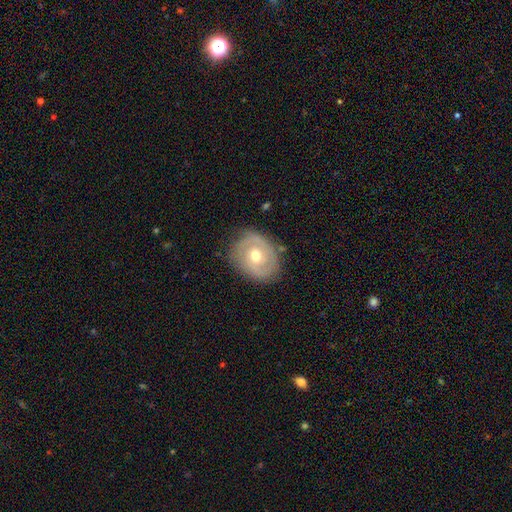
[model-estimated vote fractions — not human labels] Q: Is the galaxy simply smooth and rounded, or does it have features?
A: featured or disk — 65%.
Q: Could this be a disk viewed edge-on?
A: no — 96%.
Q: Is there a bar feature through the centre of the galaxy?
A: no — 72%.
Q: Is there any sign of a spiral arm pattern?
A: yes — 66%.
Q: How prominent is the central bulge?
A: moderate — 76%.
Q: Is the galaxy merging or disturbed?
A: none — 76%.